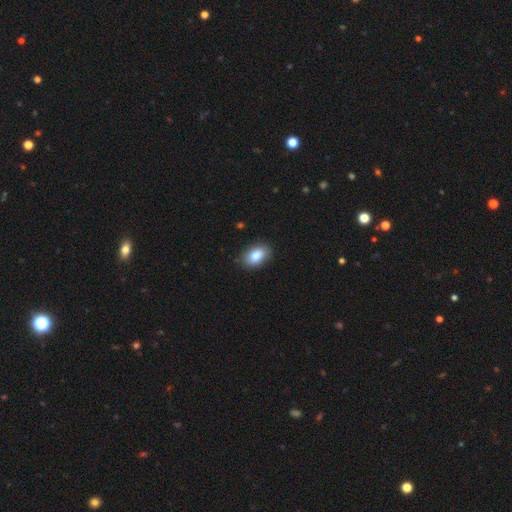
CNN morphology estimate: A smooth galaxy with no disk features (85%) that is in between round and cigar-shaped (87%).

Vote fractions:
- Smooth or featured? smooth: 85% / star or artifact: 8% / featured or disk: 7%
- How rounded? in between: 87% / round: 11% / cigar-shaped: 1%
- Merging? none: 86% / minor disturbance: 11% / major disturbance: 2% / merger: 1%